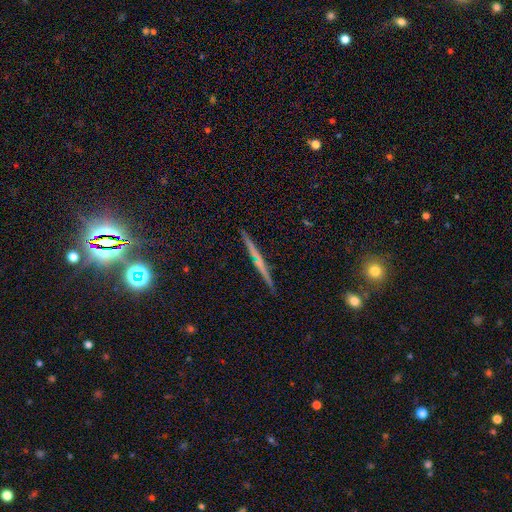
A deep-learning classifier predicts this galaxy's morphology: The model was most divided on "edge-on bulge": none: 49%, rounded: 41%, boxy: 9%. More confident: edge-on disk — yes (97%); merging — none (90%); smooth or featured — featured or disk (64%).